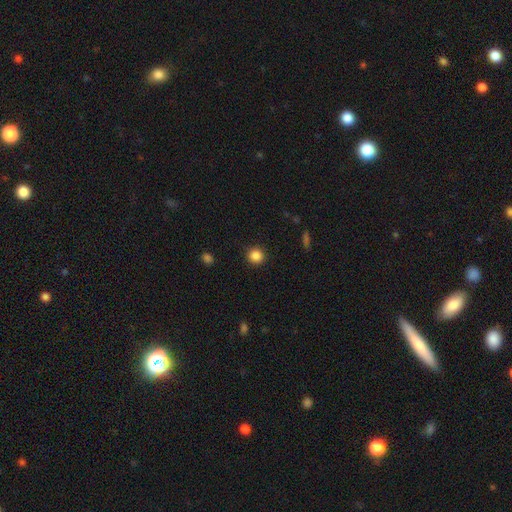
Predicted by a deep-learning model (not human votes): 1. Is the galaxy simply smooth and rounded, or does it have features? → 85% smooth, 11% star or artifact, 4% featured or disk.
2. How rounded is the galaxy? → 94% round, 5% in between, 1% cigar-shaped.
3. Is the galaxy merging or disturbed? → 91% none, 6% minor disturbance, 2% major disturbance, 1% merger.